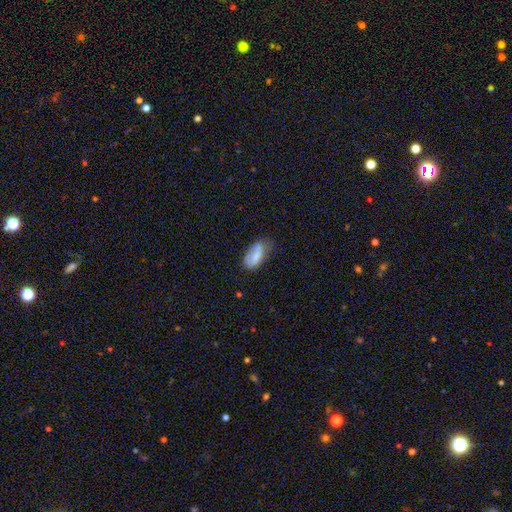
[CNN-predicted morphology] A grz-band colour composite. It shows a smooth galaxy with no disk features (69%) that is in between round and cigar-shaped (91%). Merging: none (41%).